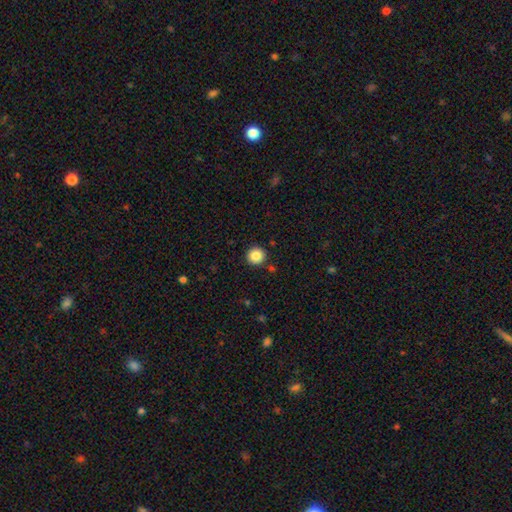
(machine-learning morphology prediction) smooth 86%, star or artifact 10%, featured or disk 4%. Down the decision tree: how rounded — round (95%); merging — none (91%).